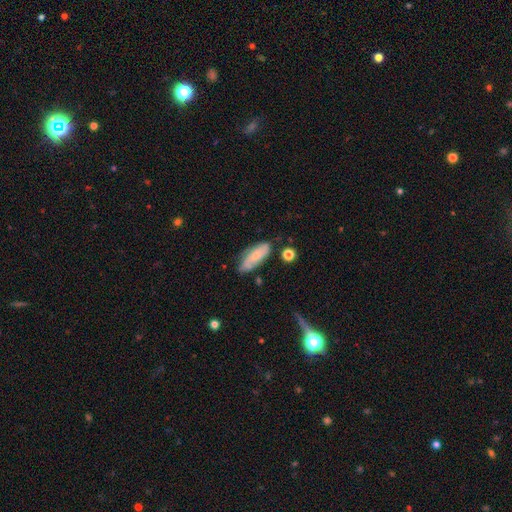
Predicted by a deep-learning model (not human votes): Q: Smooth or featured?
A: smooth (57%); runner-up: featured or disk (35%)
Q: How rounded?
A: in between (71%); runner-up: cigar-shaped (26%)
Q: Merging?
A: none (66%); runner-up: minor disturbance (24%)